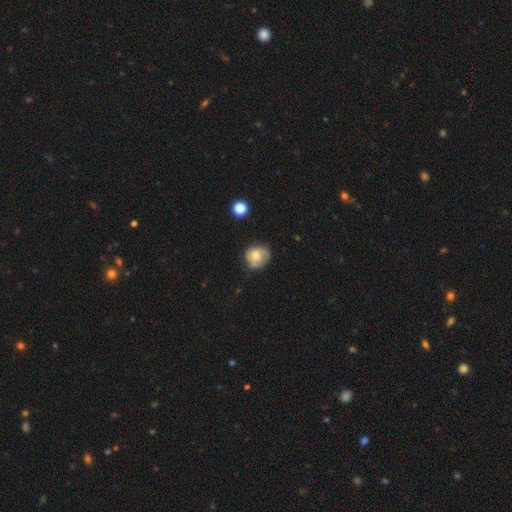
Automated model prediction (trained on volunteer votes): Morphology: type=smooth (52%); roundness=round (74%); merging=none (60%).